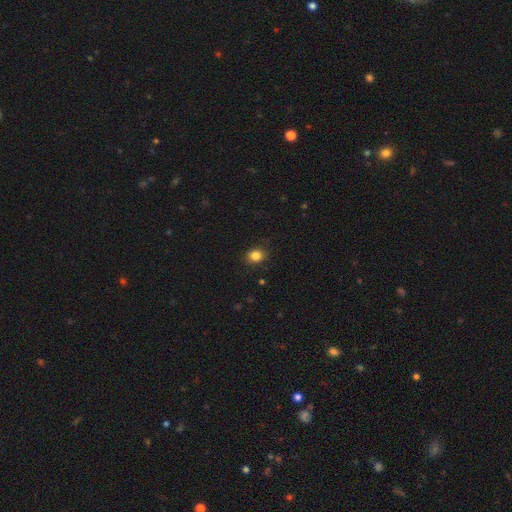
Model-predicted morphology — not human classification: smooth 84%, star or artifact 11%, featured or disk 4%. Down the decision tree: how rounded — round (64%); merging — none (86%).